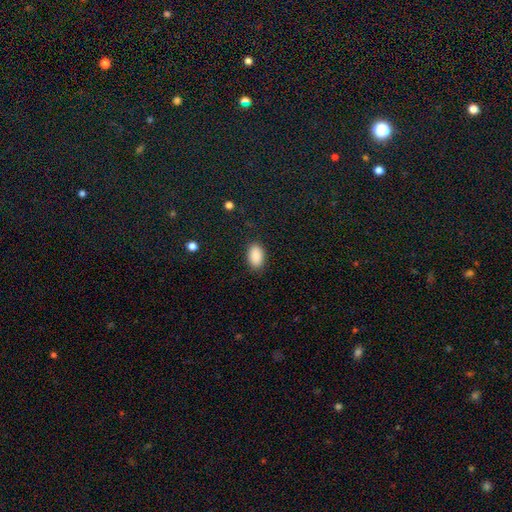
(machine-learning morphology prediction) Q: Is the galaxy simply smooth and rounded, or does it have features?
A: smooth — 90%.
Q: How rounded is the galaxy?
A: in between — 93%.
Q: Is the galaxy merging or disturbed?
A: none — 87%.